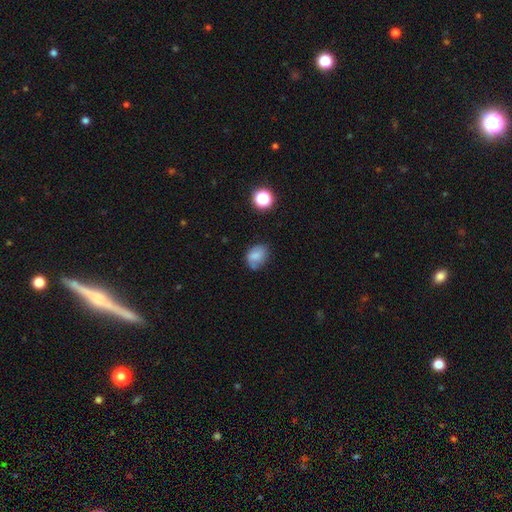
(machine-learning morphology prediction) This appears to be a smooth galaxy with no disk features (72%) that is in between round and cigar-shaped (65%). Merging: none (56%).